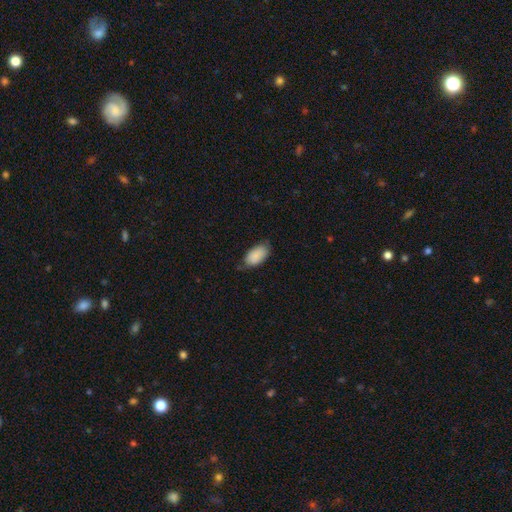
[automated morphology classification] A smooth galaxy with no disk features (89%) that is in between round and cigar-shaped (95%). Merging: none (67%).